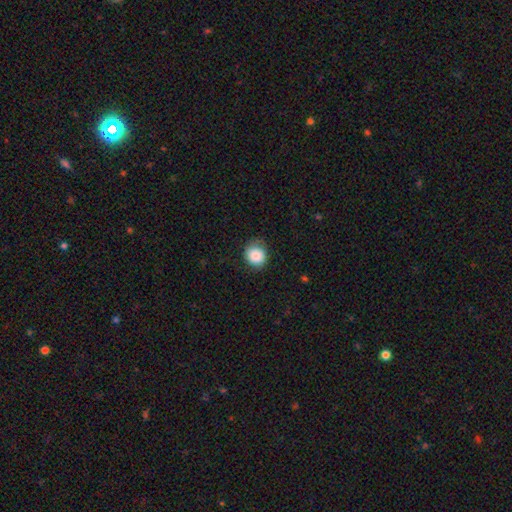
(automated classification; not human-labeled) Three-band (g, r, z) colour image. It shows a smooth galaxy with no disk features (86%) that is round (81%). Merging: none (74%).